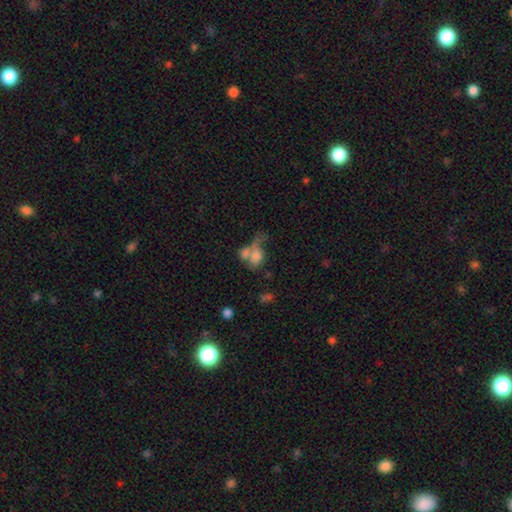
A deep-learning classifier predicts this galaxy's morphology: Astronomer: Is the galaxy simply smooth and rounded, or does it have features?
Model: smooth — 69%.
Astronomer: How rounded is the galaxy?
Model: in between — 63%.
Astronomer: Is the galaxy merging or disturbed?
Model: merger — 56%.